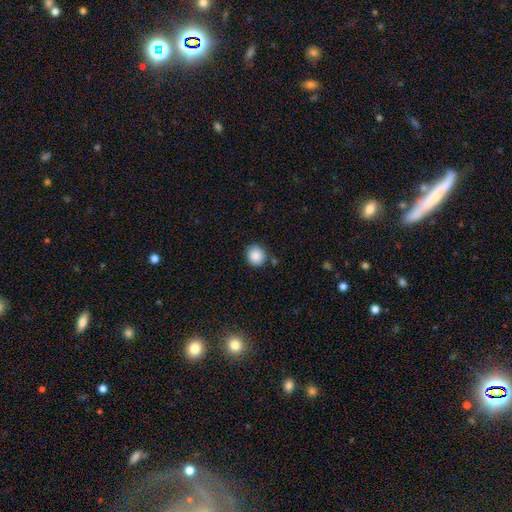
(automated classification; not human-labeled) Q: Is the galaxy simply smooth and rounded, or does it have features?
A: smooth — 88%.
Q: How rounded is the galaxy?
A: round — 87%.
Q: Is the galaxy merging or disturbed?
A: none — 83%.